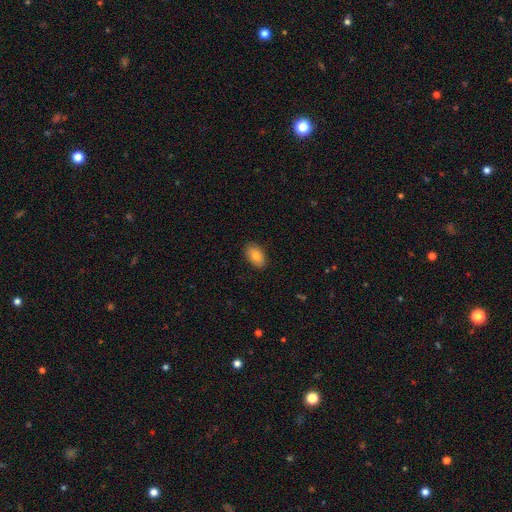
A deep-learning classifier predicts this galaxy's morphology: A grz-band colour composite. It shows a smooth galaxy with no disk features (81%) that is in between round and cigar-shaped (90%). Merging: none (85%).